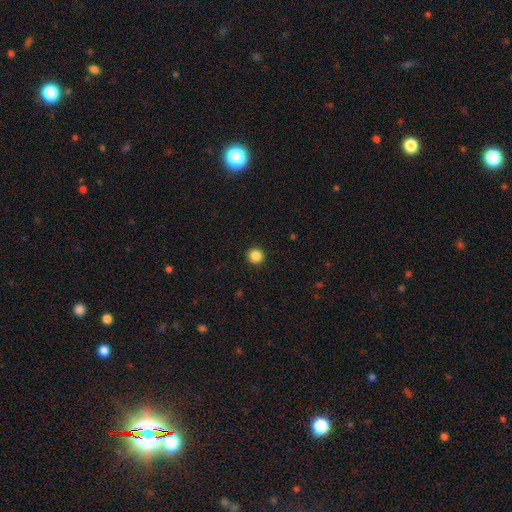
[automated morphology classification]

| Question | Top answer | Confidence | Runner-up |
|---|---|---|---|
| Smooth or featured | smooth | 86% | star or artifact (11%) |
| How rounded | round | 93% | in between (6%) |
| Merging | none | 92% | minor disturbance (6%) |